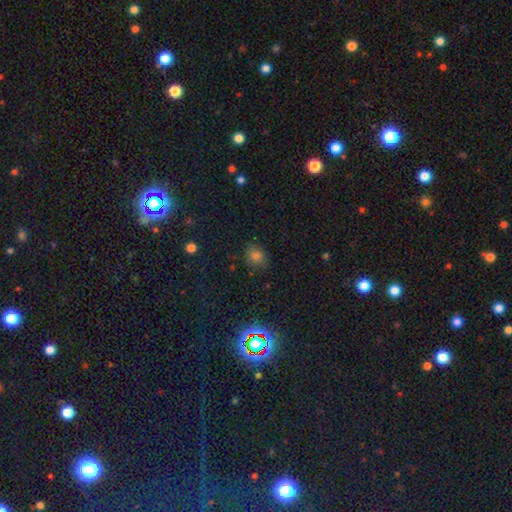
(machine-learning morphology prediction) Q: Smooth or featured?
A: smooth (73%); runner-up: star or artifact (20%)
Q: How rounded?
A: in between (56%); runner-up: round (43%)
Q: Merging?
A: none (79%); runner-up: minor disturbance (15%)